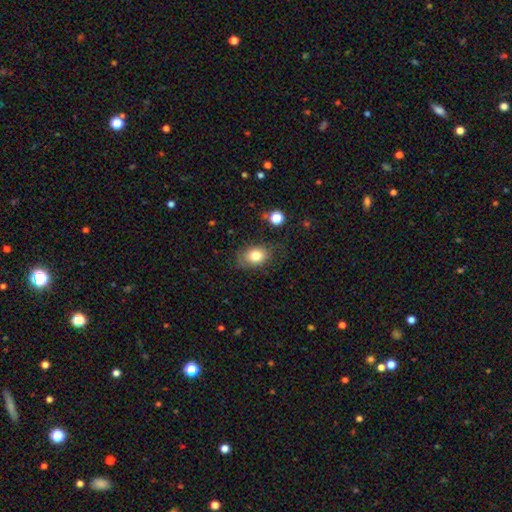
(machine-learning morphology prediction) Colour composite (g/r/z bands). It shows a smooth galaxy with no disk features (79%) that is in between round and cigar-shaped (72%). Merging: none (71%).